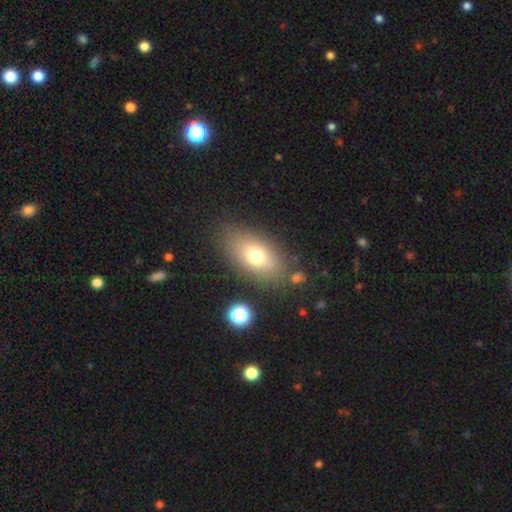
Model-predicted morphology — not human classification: Smooth or featured? Predicted: smooth (p=0.70). How rounded? Predicted: in between (p=0.84). Merging? Predicted: none (p=0.78).